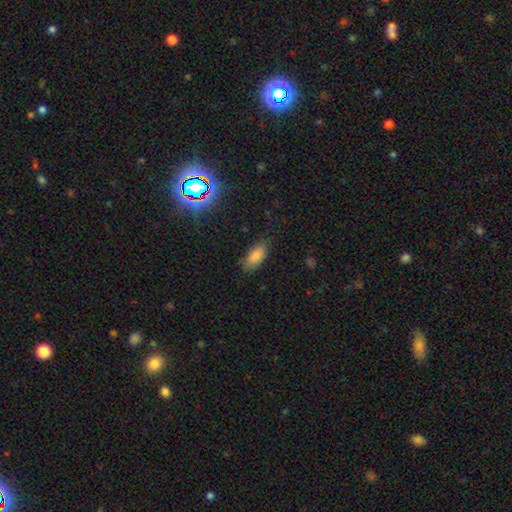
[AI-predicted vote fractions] Q: Smooth or featured?
A: smooth (81%); runner-up: star or artifact (11%)
Q: How rounded?
A: in between (86%); runner-up: cigar-shaped (11%)
Q: Merging?
A: none (76%); runner-up: minor disturbance (18%)